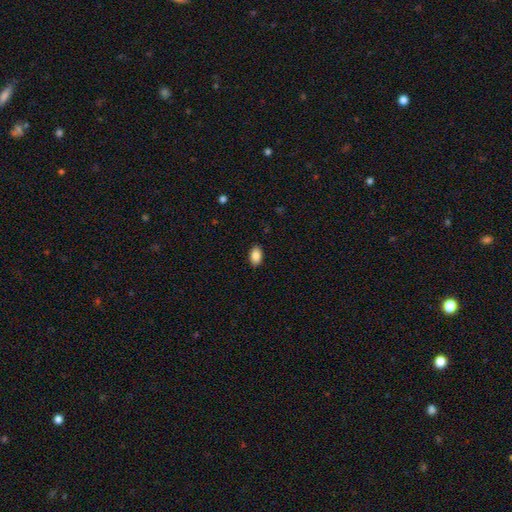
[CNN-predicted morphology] smooth 88%, star or artifact 8%, featured or disk 5%. Down the decision tree: how rounded — in between (90%); merging — none (89%).